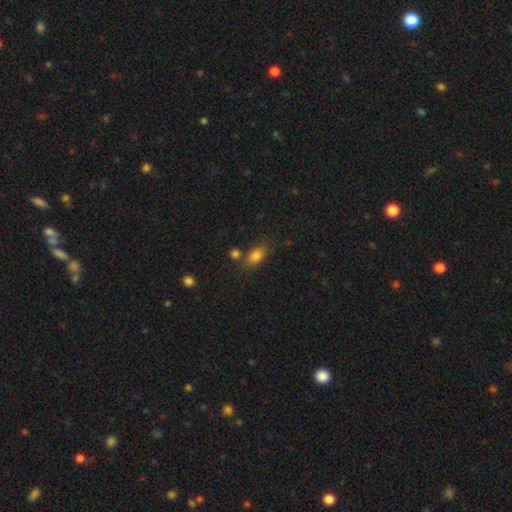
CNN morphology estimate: Smooth or featured?
  - smooth: 81% *
  - star or artifact: 11%
  - featured or disk: 9%
How rounded?
  - in between: 83% *
  - round: 9%
  - cigar-shaped: 8%
Merging?
  - none: 67% *
  - minor disturbance: 15%
  - merger: 13%
  - major disturbance: 5%